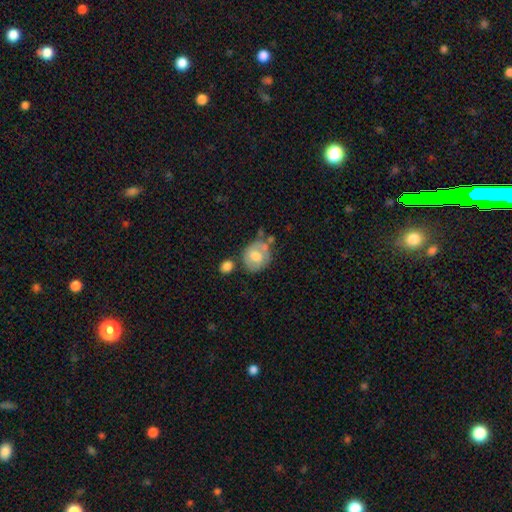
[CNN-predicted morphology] Smooth or featured? smooth (51%)
How rounded? round (60%)
Merging? none (53%)